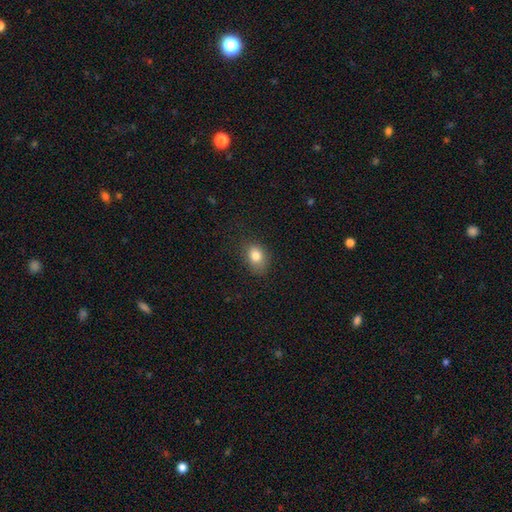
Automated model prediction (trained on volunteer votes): Smooth or featured: smooth — 81% (star or artifact — 10%)
How rounded: in between — 69% (round — 30%)
Merging: none — 74% (minor disturbance — 20%)